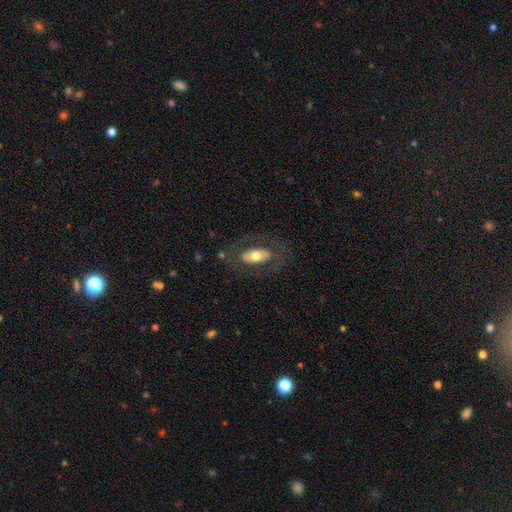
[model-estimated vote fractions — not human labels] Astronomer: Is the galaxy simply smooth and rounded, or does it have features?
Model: smooth — 51% (runner-up: featured or disk, 43%).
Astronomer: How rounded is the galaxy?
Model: in between — 90%.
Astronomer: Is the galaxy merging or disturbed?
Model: none — 74%.